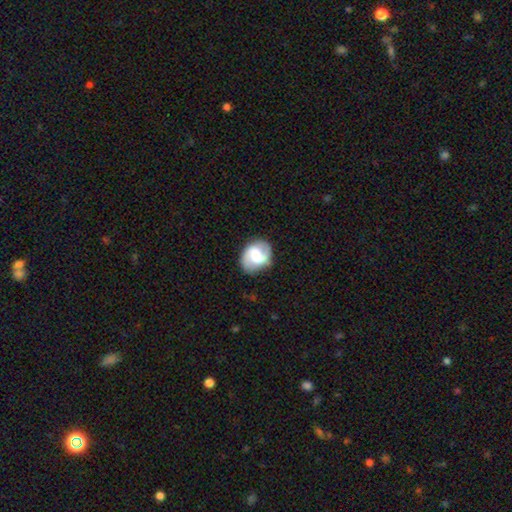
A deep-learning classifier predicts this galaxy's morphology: smooth_or_featured: featured or disk (p=0.75) [alt: smooth p=0.19]
disk_edge_on: no (p=0.98) [alt: yes p=0.02]
bar: weak (p=0.46) [alt: no p=0.38]
has_spiral_arms: yes (p=0.95) [alt: no p=0.05]
spiral_winding: medium (p=0.50) [alt: tight p=0.25]
spiral_arm_count: 2 (p=0.89) [alt: can't tell p=0.04]
bulge_size: moderate (p=0.35) [alt: small p=0.25]
merging: none (p=0.81) [alt: minor disturbance p=0.13]